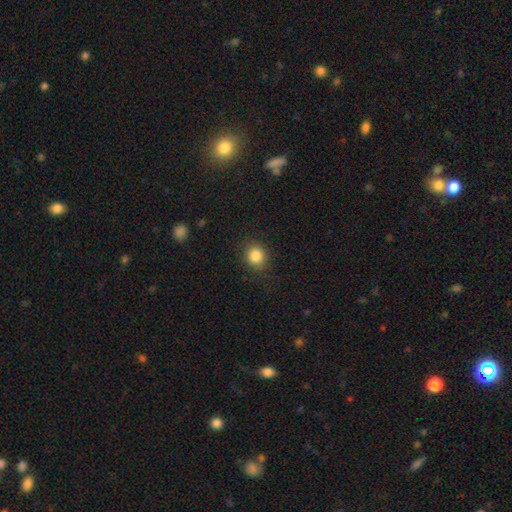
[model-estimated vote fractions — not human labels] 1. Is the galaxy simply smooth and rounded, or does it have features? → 85% smooth, 10% star or artifact, 5% featured or disk.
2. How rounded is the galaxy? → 74% round, 25% in between, 1% cigar-shaped.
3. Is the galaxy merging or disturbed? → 85% none, 10% minor disturbance, 3% major disturbance, 1% merger.